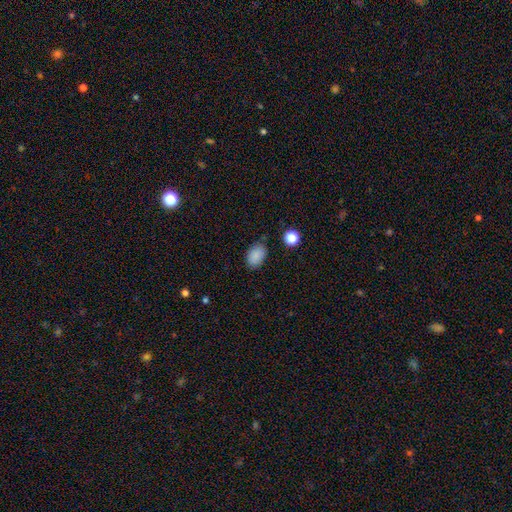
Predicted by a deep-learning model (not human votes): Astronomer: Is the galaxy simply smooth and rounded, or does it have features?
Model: smooth — 87%.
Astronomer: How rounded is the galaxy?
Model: in between — 86%.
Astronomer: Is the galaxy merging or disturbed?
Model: none — 77%.